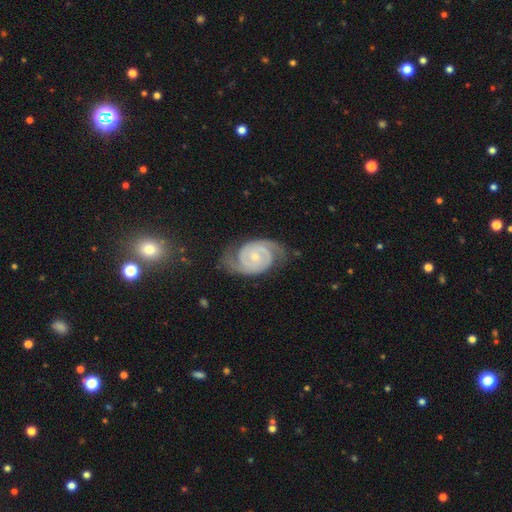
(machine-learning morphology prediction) smooth-or-featured: featured or disk: 91% | star or artifact: 4% | smooth: 4%
  disk-edge-on: no: 98% | yes: 2%
    bar: no: 66% | weak: 27% | strong: 7%
    has-spiral-arms: yes: 98% | no: 2%
      spiral-winding: tight: 62% | medium: 33% | loose: 6%
      spiral-arm-count: 2: 89% | 3: 4% | can't tell: 3% | 1: 1% | 4: 1% | more than 4: 1%
    bulge-size: small: 64% | moderate: 32% | none: 2% | large: 1% | dominant: 1%
  merging: none: 76% | minor disturbance: 17% | major disturbance: 6% | merger: 1%